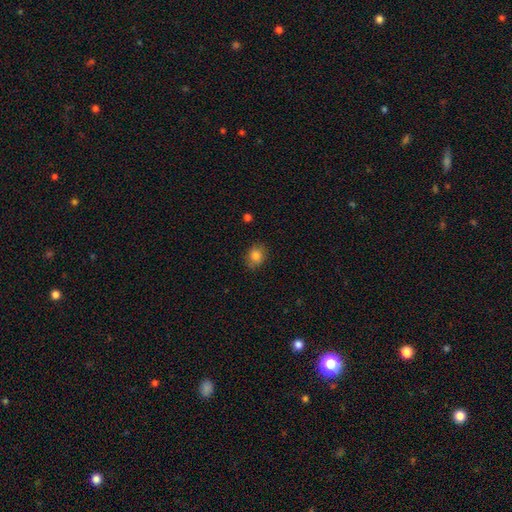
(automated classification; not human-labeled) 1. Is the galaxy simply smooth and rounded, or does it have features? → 82% smooth, 10% star or artifact, 8% featured or disk.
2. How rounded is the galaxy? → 53% round, 46% in between, 1% cigar-shaped.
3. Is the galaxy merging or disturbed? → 84% none, 12% minor disturbance, 3% major disturbance, 1% merger.